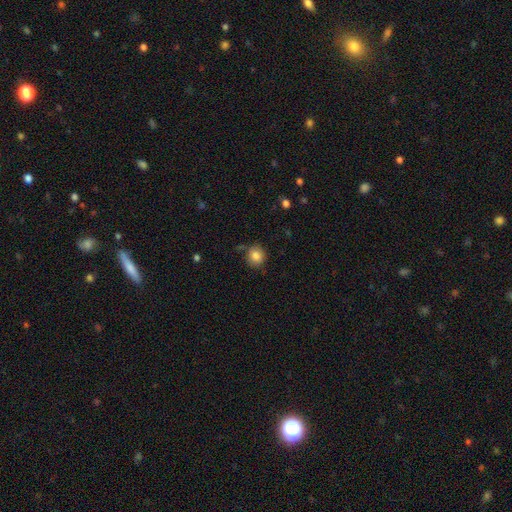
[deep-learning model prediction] smooth_or_featured: smooth (p=0.84) [alt: star or artifact p=0.10]
how_rounded: round (p=0.89) [alt: in between p=0.10]
merging: none (p=0.82) [alt: minor disturbance p=0.11]